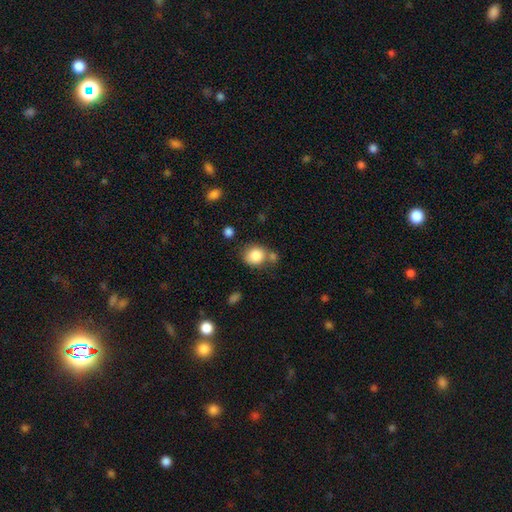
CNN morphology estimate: This appears to be a smooth galaxy with no disk features (85%) that is round (74%). Merging: none (62%).